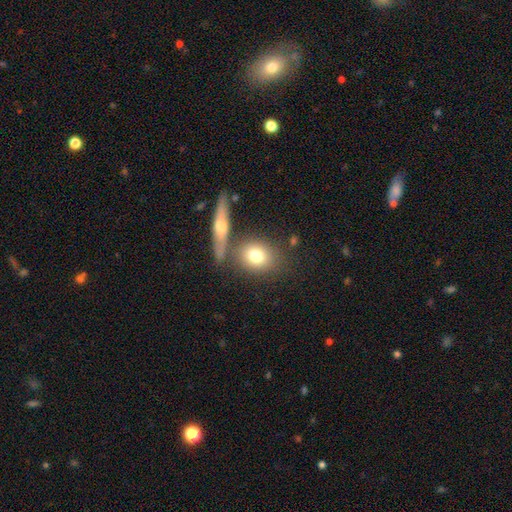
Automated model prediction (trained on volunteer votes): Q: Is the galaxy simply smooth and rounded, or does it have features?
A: smooth — 74%.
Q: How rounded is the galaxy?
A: round — 60%.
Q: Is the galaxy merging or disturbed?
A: none — 67%.